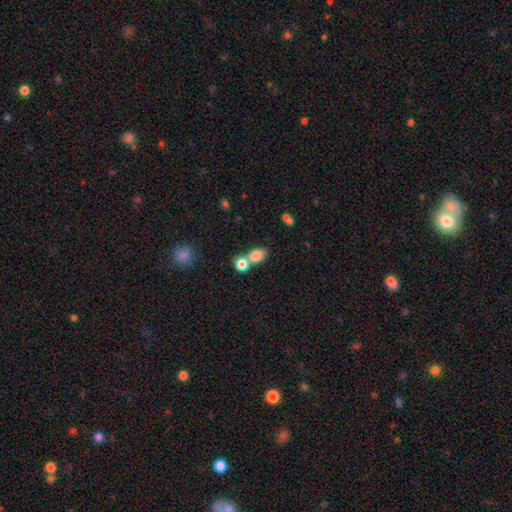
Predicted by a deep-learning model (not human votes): smooth_or_featured: smooth (p=0.82) [alt: star or artifact p=0.10]
how_rounded: in between (p=0.66) [alt: round p=0.32]
merging: merger (p=0.51) [alt: none p=0.37]